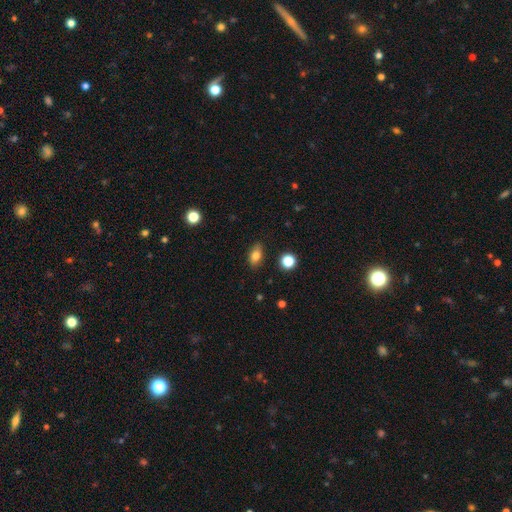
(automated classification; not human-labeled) smooth-or-featured: smooth: 80% | featured or disk: 10% | star or artifact: 10%
  how-rounded: in between: 83% | round: 12% | cigar-shaped: 5%
  merging: none: 83% | minor disturbance: 13% | major disturbance: 2% | merger: 2%